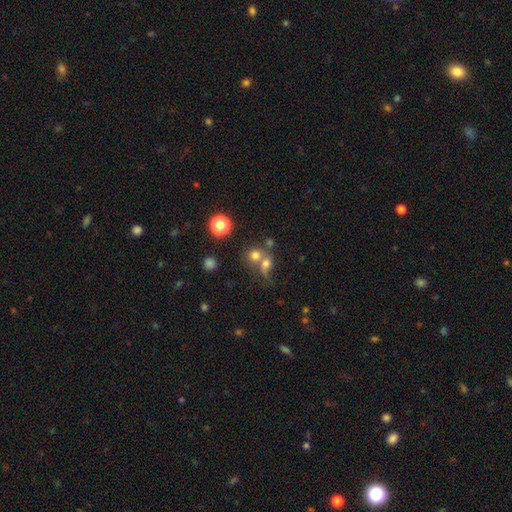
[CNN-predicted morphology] Overall: smooth (69%). How rounded: round (78%). Merging: merger (49%; none 37%).